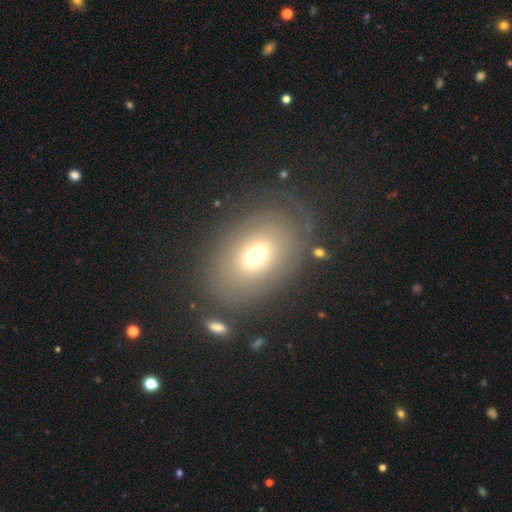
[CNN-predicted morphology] Smooth or featured? smooth (50%)
How rounded? in between (76%)
Merging? none (72%)